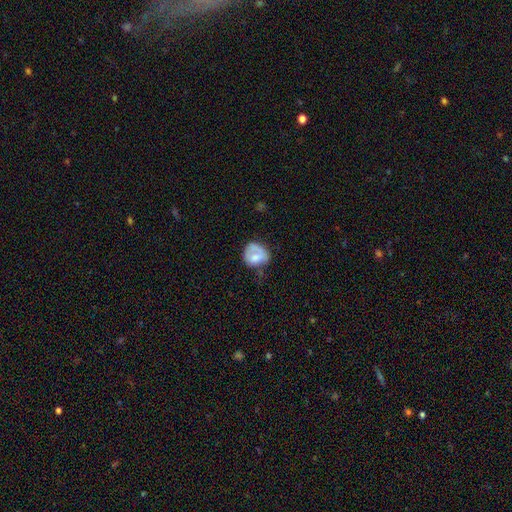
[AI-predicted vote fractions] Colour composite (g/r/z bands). It shows a smooth galaxy with no disk features (64%) that is round (60%). Merging: none (36%).